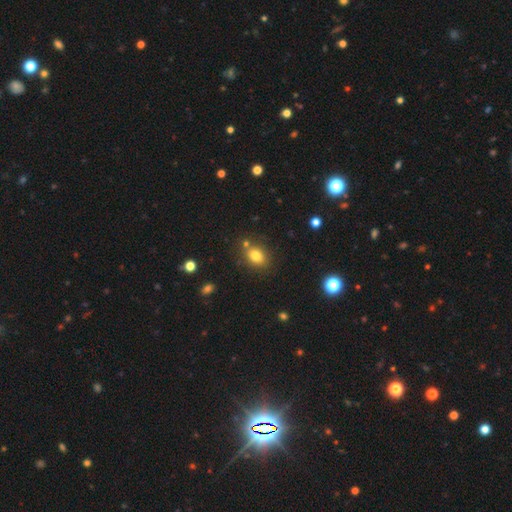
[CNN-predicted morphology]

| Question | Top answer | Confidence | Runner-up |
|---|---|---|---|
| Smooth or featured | smooth | 80% | star or artifact (12%) |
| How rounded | in between | 60% | round (38%) |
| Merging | none | 75% | minor disturbance (12%) |